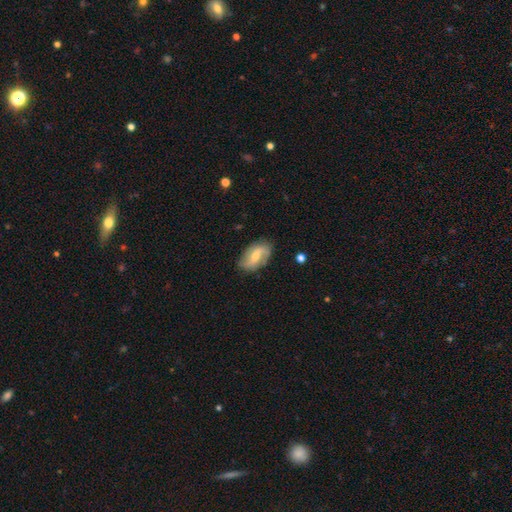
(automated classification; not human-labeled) Q: Smooth or featured?
A: featured or disk (62%); runner-up: smooth (31%)
Q: Edge-on disk?
A: no (95%); runner-up: yes (5%)
Q: Bar?
A: weak (49%); runner-up: no (30%)
Q: Spiral arms?
A: yes (88%); runner-up: no (12%)
Q: Spiral winding?
A: loose (59%); runner-up: medium (29%)
Q: Spiral arm count?
A: 2 (84%); runner-up: can't tell (8%)
Q: Bulge size?
A: moderate (47%); runner-up: small (42%)
Q: Merging?
A: none (77%); runner-up: minor disturbance (17%)